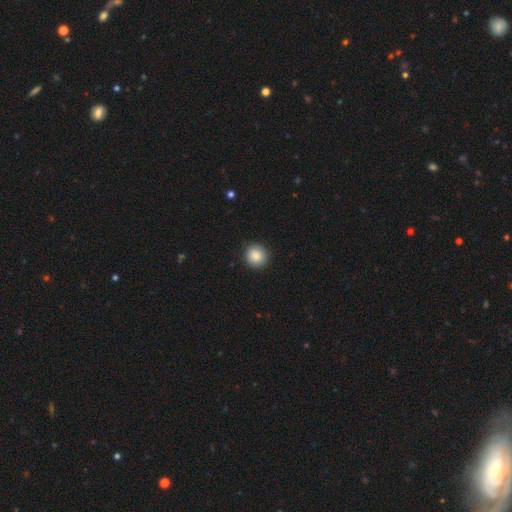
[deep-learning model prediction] Q: Smooth or featured?
A: smooth (86%); runner-up: star or artifact (9%)
Q: How rounded?
A: round (93%); runner-up: in between (6%)
Q: Merging?
A: none (91%); runner-up: minor disturbance (6%)